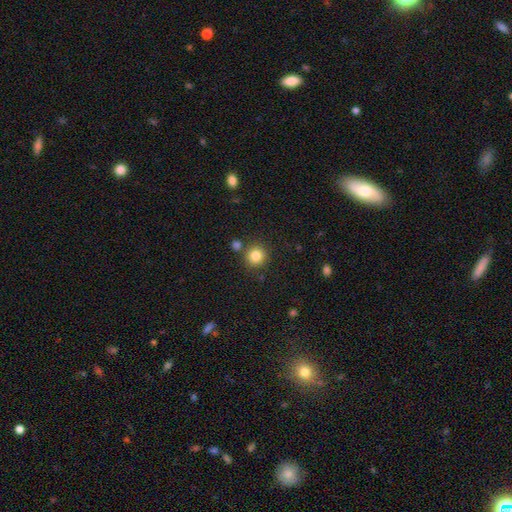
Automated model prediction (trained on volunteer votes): Smooth or featured? Predicted: smooth (p=0.84). How rounded? Predicted: round (p=0.92). Merging? Predicted: none (p=0.82).